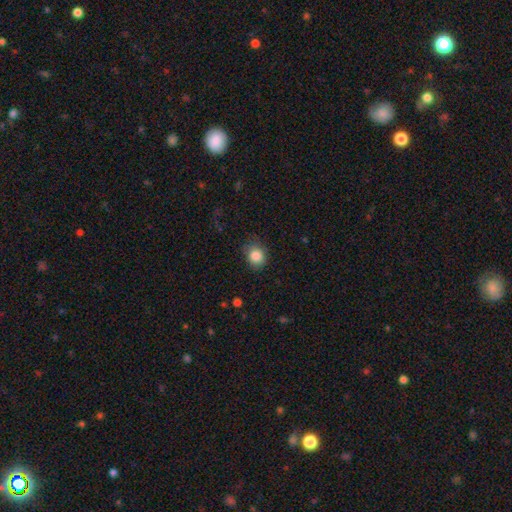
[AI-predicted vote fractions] This appears to be a smooth galaxy with no disk features (85%) that is round (67%). Merging: none (74%).